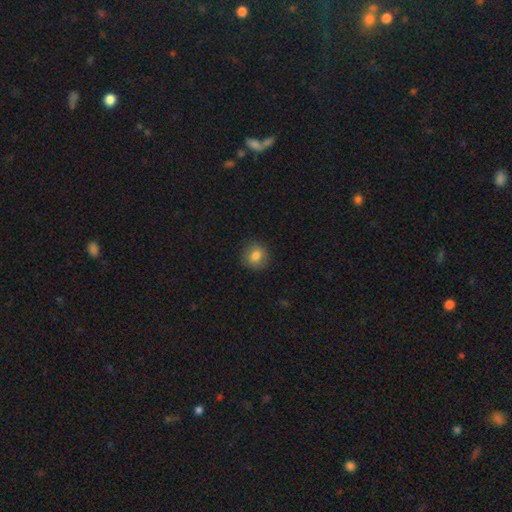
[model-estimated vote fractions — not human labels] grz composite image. It shows a smooth galaxy with no disk features (81%) that is round (87%). Merging: none (88%).